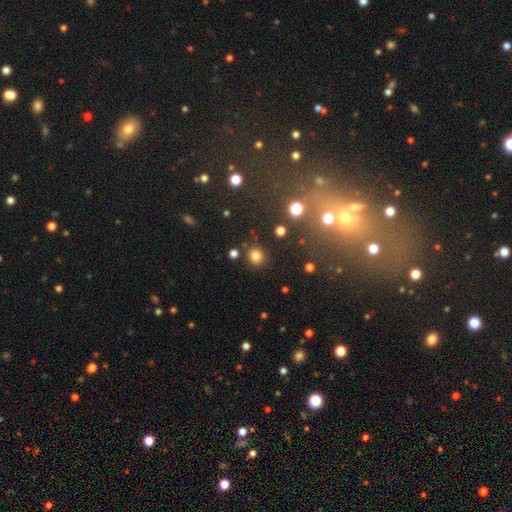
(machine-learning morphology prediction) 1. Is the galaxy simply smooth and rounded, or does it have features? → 79% smooth, 15% star or artifact, 6% featured or disk.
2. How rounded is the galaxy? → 84% round, 15% in between, 1% cigar-shaped.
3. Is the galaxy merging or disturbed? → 85% none, 8% minor disturbance, 4% merger, 3% major disturbance.